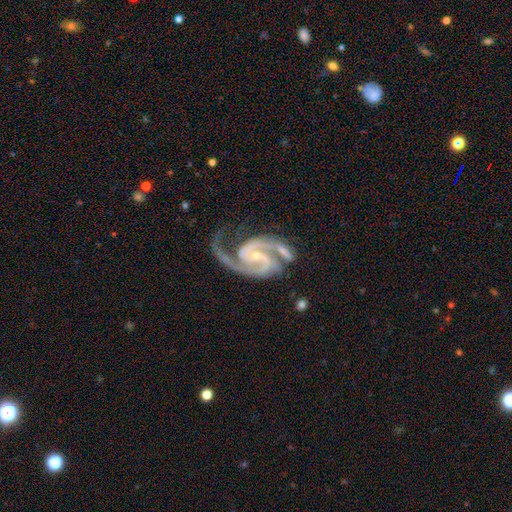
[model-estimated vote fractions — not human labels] Morphology: type=featured or disk (94%); edge-on=no (98%); bar=no (42%); spiral arms=yes (99%); winding=medium (58%); arm count=2 (82%); bulge=small (76%); merging=none (52%).